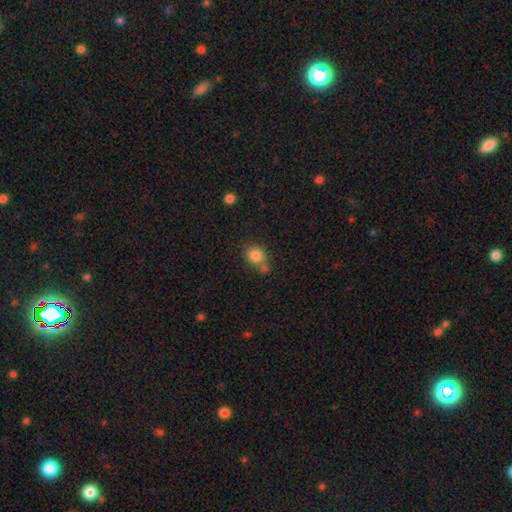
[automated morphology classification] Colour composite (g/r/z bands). It shows a smooth galaxy with no disk features (82%) that is round (63%). Merging: none (55%).